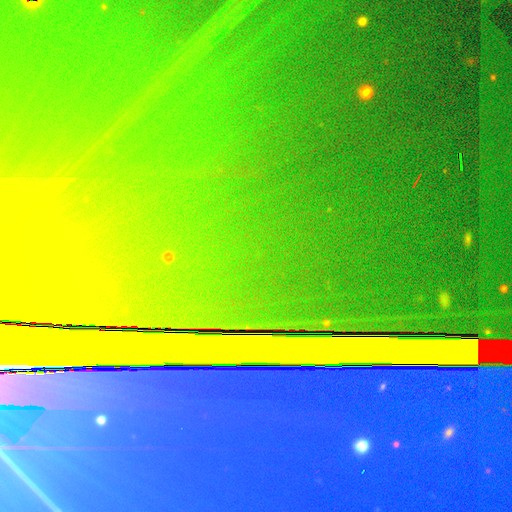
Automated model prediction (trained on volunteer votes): Morphology: type=star or artifact (84%).